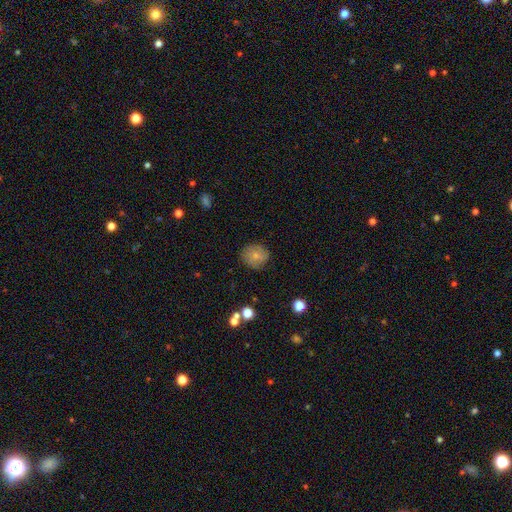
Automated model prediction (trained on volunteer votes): Smooth or featured? smooth (69%)
How rounded? round (81%)
Merging? none (81%)